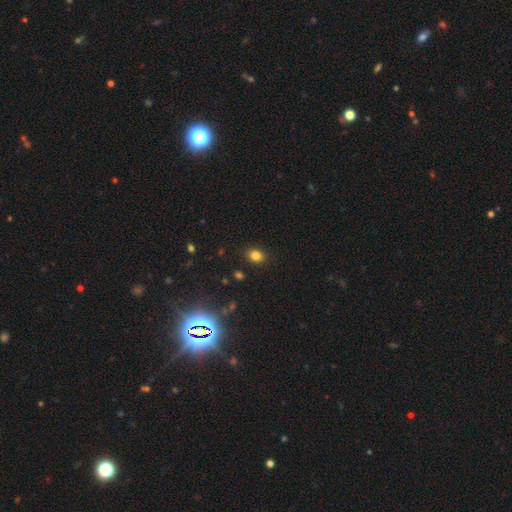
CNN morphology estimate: smooth_or_featured: smooth (p=0.80) [alt: star or artifact p=0.14]
how_rounded: round (p=0.53) [alt: in between p=0.46]
merging: none (p=0.87) [alt: minor disturbance p=0.09]